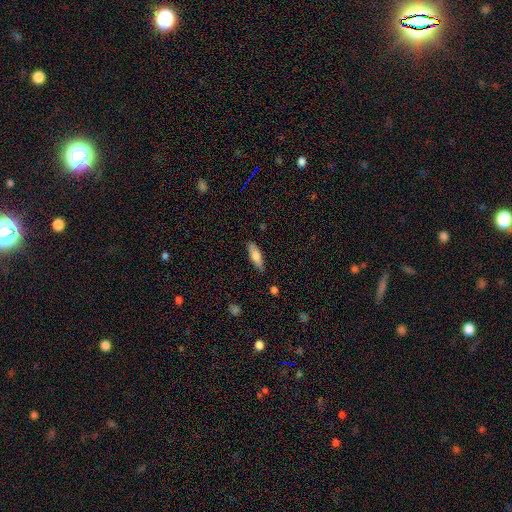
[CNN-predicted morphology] This is likely a smooth galaxy (72%). How rounded: possibly in between (54%). Merging: clearly none (84%).